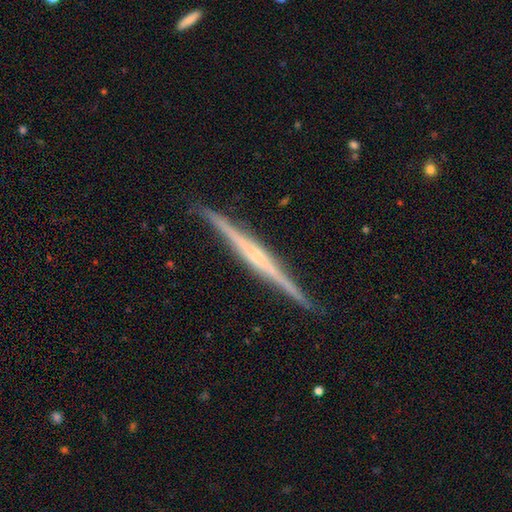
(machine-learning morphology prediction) A featured or disk galaxy (82%) viewed edge-on (98%) with a rounded central bulge (46%). Merging: none (91%).